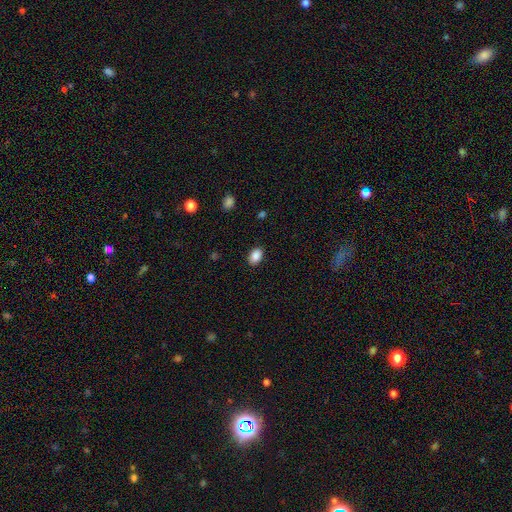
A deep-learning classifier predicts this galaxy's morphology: This is clearly a smooth galaxy (89%). How rounded: clearly in between (84%). Merging: clearly none (88%).